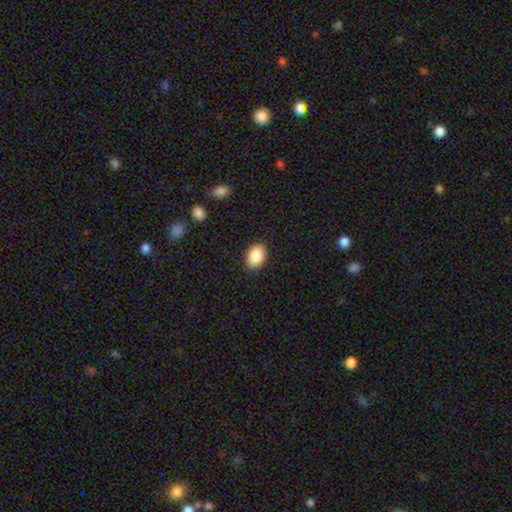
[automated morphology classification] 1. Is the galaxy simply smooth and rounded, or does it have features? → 88% smooth, 7% star or artifact, 5% featured or disk.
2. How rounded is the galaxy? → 83% in between, 16% round, 1% cigar-shaped.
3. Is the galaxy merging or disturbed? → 88% none, 9% minor disturbance, 2% major disturbance, 1% merger.